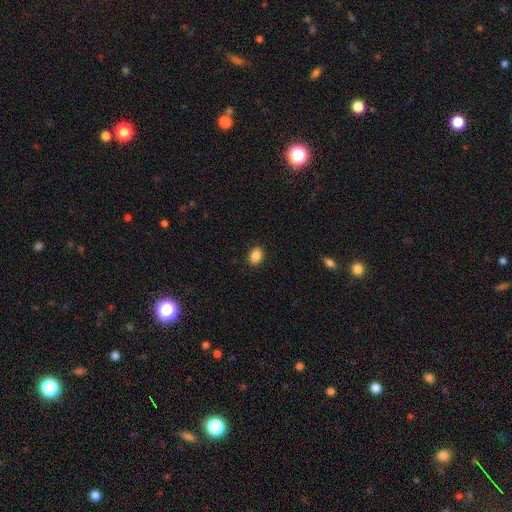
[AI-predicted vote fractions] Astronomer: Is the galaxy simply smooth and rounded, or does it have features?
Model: smooth — 88%.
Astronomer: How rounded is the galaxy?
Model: in between — 68%.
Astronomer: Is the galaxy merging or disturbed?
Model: none — 90%.